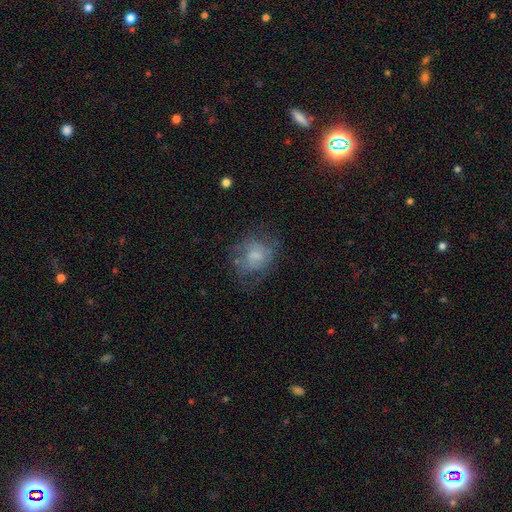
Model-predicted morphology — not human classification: Overall: smooth (54%; featured or disk 35%). How rounded: round (63%; in between 36%). Merging: none (51%; minor disturbance 24%).